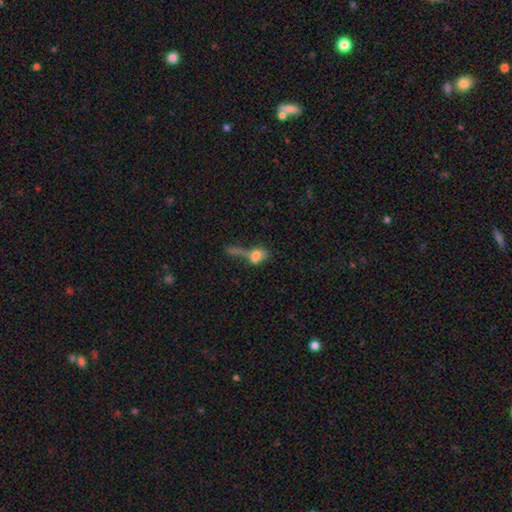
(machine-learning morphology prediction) Smooth or featured: smooth — 63% (featured or disk — 23%)
How rounded: in between — 69% (round — 17%)
Merging: merger — 37% (major disturbance — 32%)